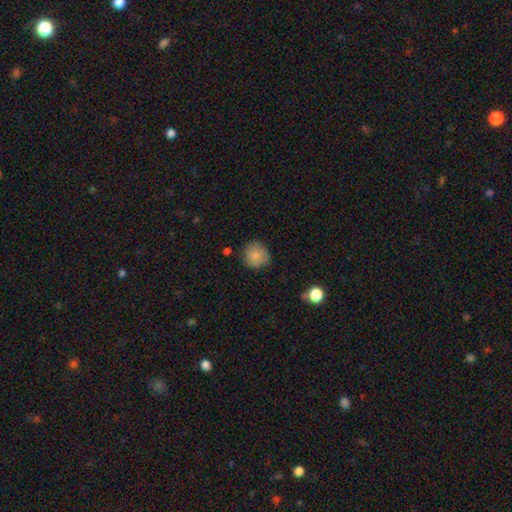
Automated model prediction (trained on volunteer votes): The model was most divided on "merging": none: 79%, minor disturbance: 15%, major disturbance: 4%, merger: 2%. More confident: how rounded — round (92%); smooth or featured — smooth (85%).